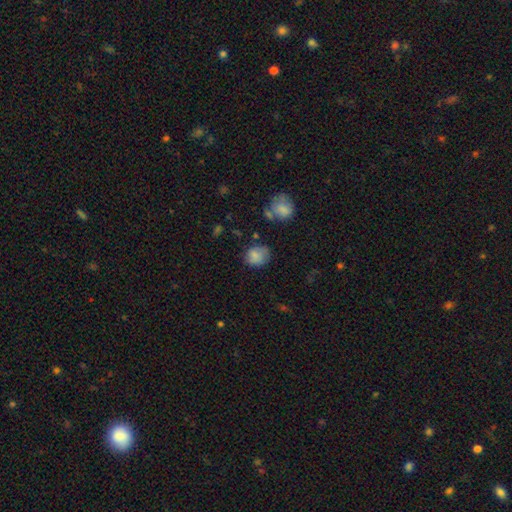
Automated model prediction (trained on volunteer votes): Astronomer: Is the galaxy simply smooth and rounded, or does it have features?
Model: smooth — 82%.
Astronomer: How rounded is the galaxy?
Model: round — 61% (runner-up: in between, 38%).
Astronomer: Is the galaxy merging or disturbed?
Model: none — 65%.